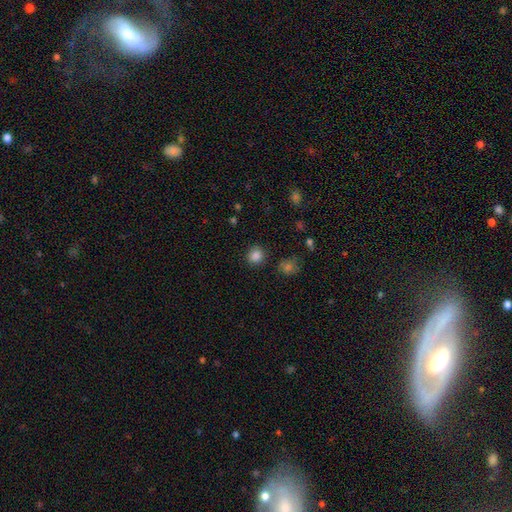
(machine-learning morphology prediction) Overall: smooth (85%). How rounded: round (87%). Merging: none (87%).